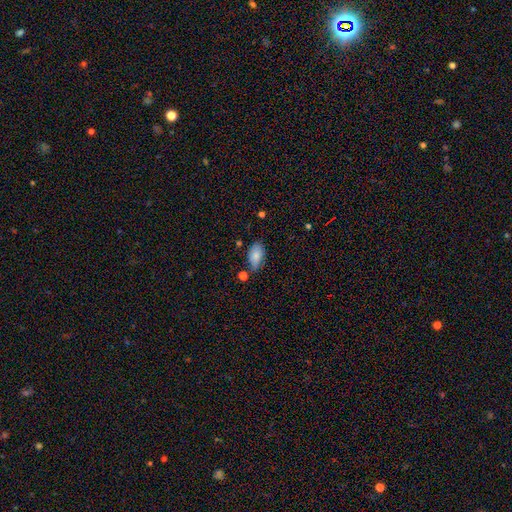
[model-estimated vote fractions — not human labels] Morphology: type=smooth (81%); roundness=in between (93%); merging=none (70%).